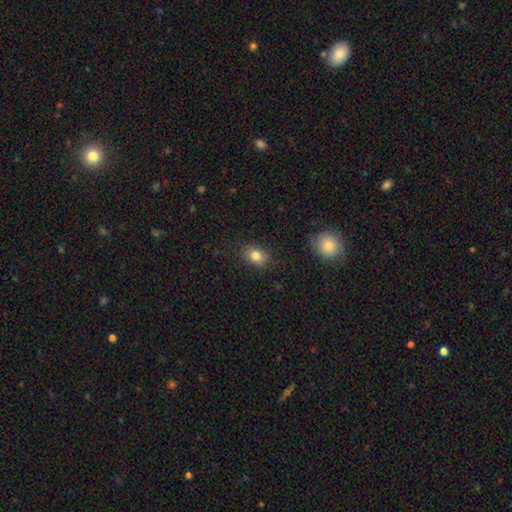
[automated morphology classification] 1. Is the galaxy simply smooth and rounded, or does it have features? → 83% smooth, 9% star or artifact, 8% featured or disk.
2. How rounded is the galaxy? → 73% in between, 26% round, 1% cigar-shaped.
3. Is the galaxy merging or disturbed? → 84% none, 12% minor disturbance, 3% major disturbance, 1% merger.